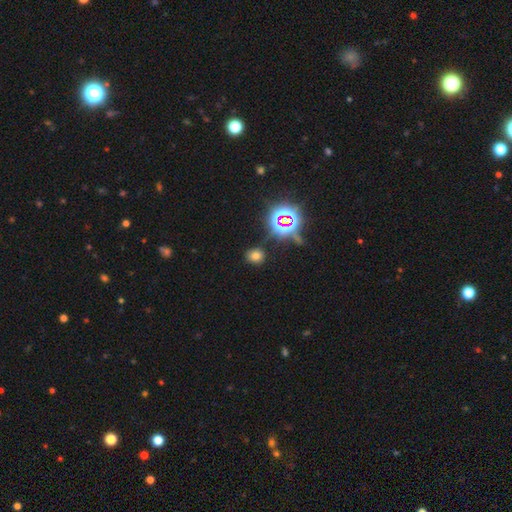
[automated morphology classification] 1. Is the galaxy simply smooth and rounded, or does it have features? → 65% smooth, 28% star or artifact, 7% featured or disk.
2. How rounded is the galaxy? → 72% round, 27% in between, 1% cigar-shaped.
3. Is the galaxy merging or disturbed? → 83% none, 11% minor disturbance, 3% major disturbance, 3% merger.